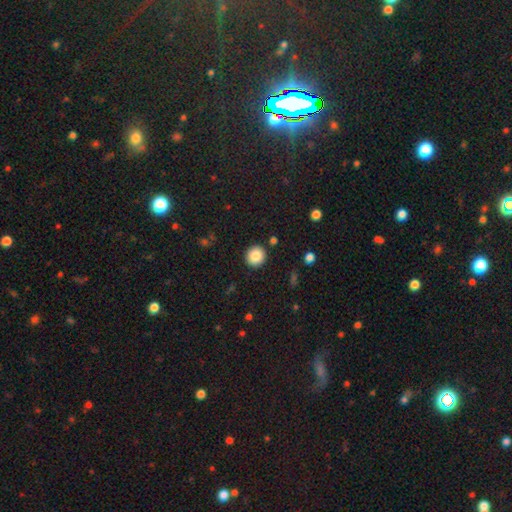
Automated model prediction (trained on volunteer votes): smooth-or-featured: smooth: 86% | star or artifact: 9% | featured or disk: 5%
  how-rounded: round: 92% | in between: 7% | cigar-shaped: 1%
  merging: none: 91% | minor disturbance: 6% | major disturbance: 2% | merger: 2%